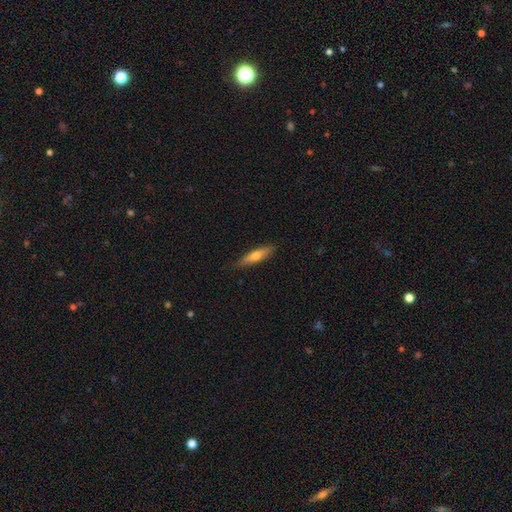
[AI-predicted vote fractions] Smooth or featured: smooth — 60% (featured or disk — 35%)
How rounded: cigar-shaped — 74% (in between — 24%)
Merging: none — 85% (minor disturbance — 12%)